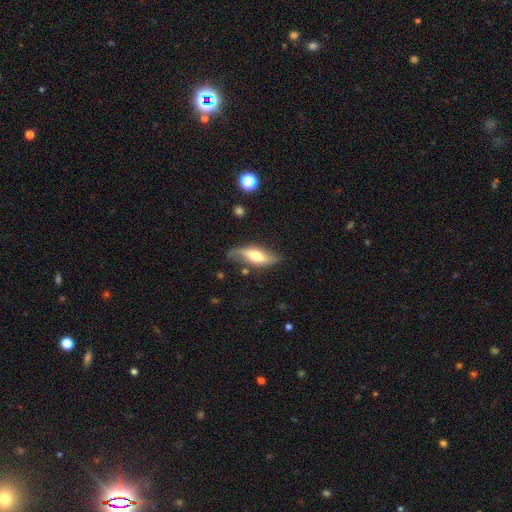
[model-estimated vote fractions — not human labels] This appears to be a featured or disk galaxy (56%). Merging: none (67%).